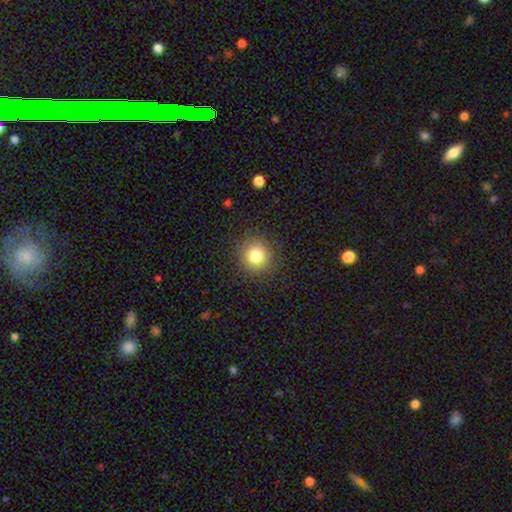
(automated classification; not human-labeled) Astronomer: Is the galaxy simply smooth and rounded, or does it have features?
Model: smooth — 81%.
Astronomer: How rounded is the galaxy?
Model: round — 92%.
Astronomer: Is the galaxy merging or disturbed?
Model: none — 90%.